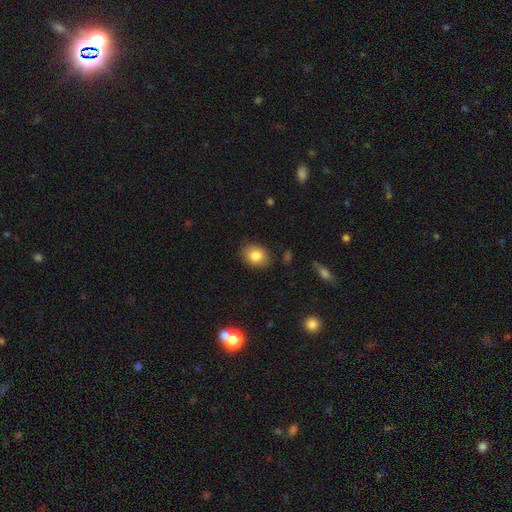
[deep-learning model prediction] Overall: smooth (82%). How rounded: in between (58%; round 41%). Merging: none (86%).